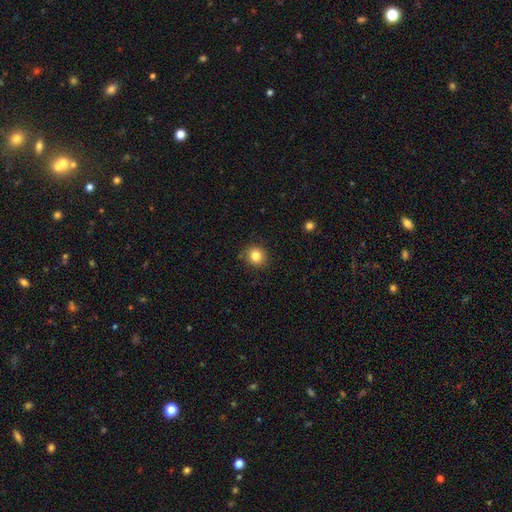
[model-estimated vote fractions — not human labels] A smooth galaxy with no disk features (83%) that is round (89%).

Vote fractions:
- Smooth or featured? smooth: 83% / star or artifact: 11% / featured or disk: 6%
- How rounded? round: 89% / in between: 10% / cigar-shaped: 1%
- Merging? none: 87% / minor disturbance: 9% / major disturbance: 2% / merger: 2%